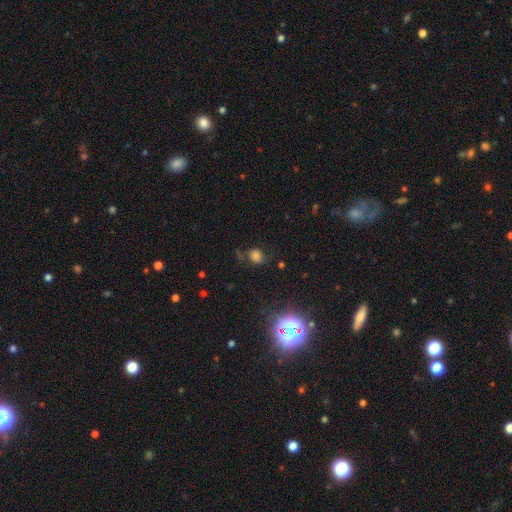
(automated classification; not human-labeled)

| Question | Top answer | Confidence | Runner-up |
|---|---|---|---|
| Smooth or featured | smooth | 64% | star or artifact (23%) |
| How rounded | round | 61% | in between (38%) |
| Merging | none | 61% | minor disturbance (21%) |